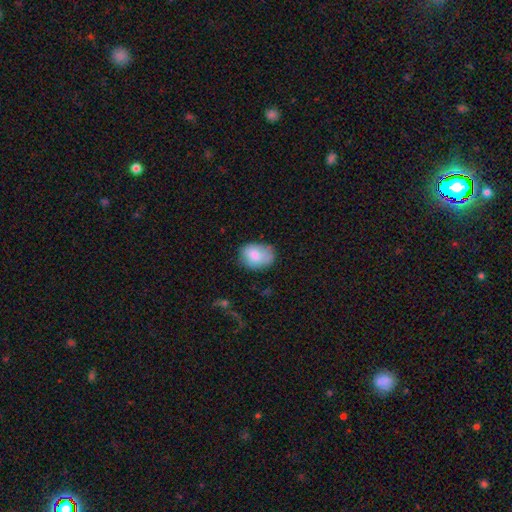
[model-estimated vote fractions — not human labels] smooth_or_featured: smooth (p=0.81) [alt: featured or disk p=0.12]
how_rounded: in between (p=0.70) [alt: round p=0.29]
merging: none (p=0.64) [alt: minor disturbance p=0.27]